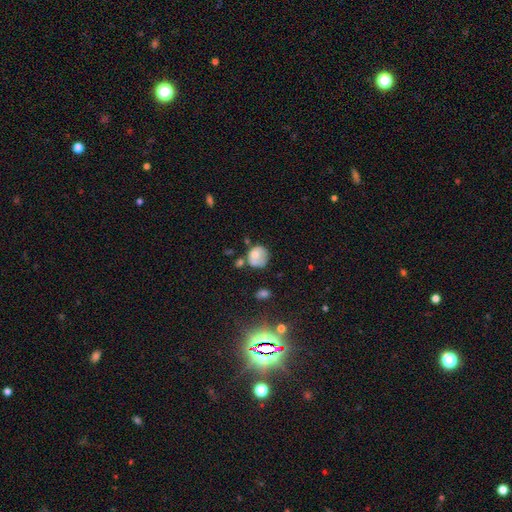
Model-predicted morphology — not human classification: Overall: smooth (67%). How rounded: round (74%). Merging: none (43%; minor disturbance 27%).